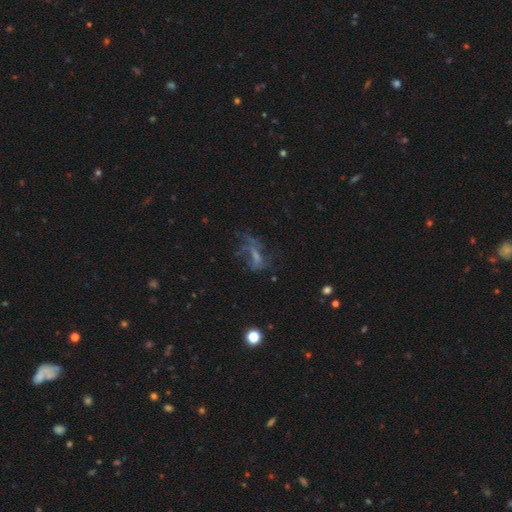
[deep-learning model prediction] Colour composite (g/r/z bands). It shows a featured or disk galaxy (48%). Merging: major disturbance (40%).